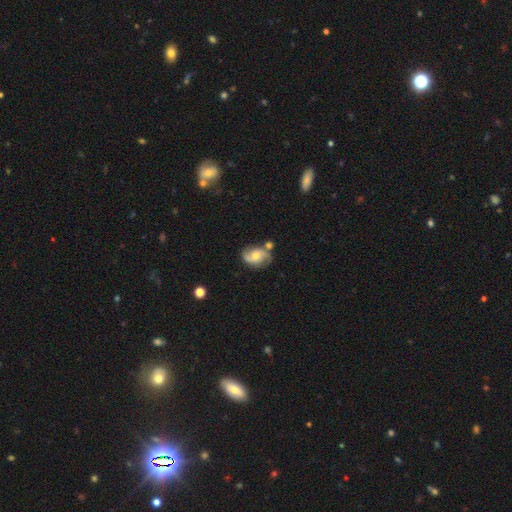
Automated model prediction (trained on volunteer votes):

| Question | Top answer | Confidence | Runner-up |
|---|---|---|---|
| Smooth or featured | featured or disk | 71% | smooth (21%) |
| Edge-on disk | no | 97% | yes (3%) |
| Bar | no | 64% | weak (30%) |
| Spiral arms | yes | 92% | no (8%) |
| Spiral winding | medium | 47% | loose (31%) |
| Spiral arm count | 2 | 83% | can't tell (7%) |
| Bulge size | moderate | 61% | small (32%) |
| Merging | none | 61% | minor disturbance (20%) |